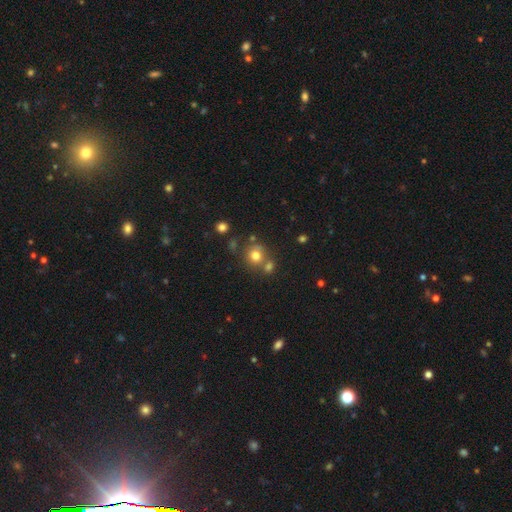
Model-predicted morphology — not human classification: A smooth galaxy with no disk features (75%) that is round (85%). Merging: none (60%).